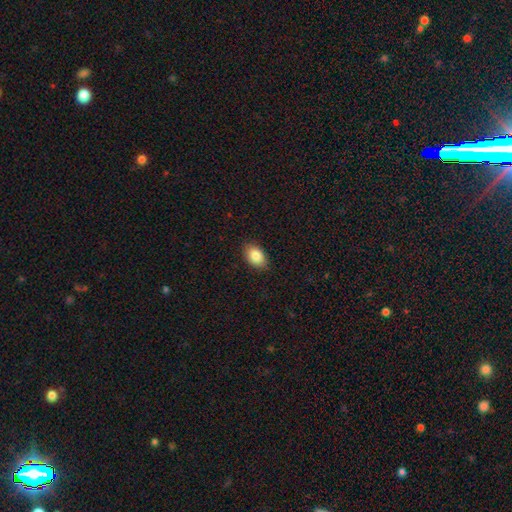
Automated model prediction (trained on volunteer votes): A smooth galaxy with no disk features (86%) that is in between round and cigar-shaped (85%). Merging: none (86%).